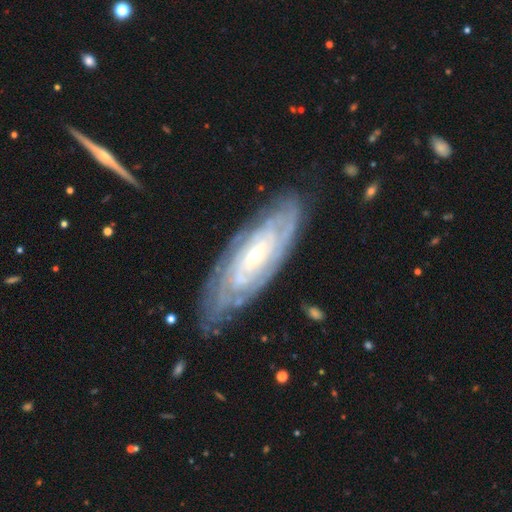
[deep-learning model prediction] smooth-or-featured: featured or disk: 83% | smooth: 11% | star or artifact: 6%
  disk-edge-on: no: 87% | yes: 13%
    bar: no: 67% | weak: 24% | strong: 9%
    has-spiral-arms: yes: 93% | no: 7%
      spiral-winding: tight: 81% | medium: 15% | loose: 3%
      spiral-arm-count: can't tell: 51% | 4: 13% | 2: 11% | 3: 10% | more than 4: 10% | 1: 4%
    bulge-size: small: 66% | moderate: 29% | large: 2% | none: 1% | dominant: 1%
  merging: none: 78% | minor disturbance: 16% | major disturbance: 4% | merger: 2%